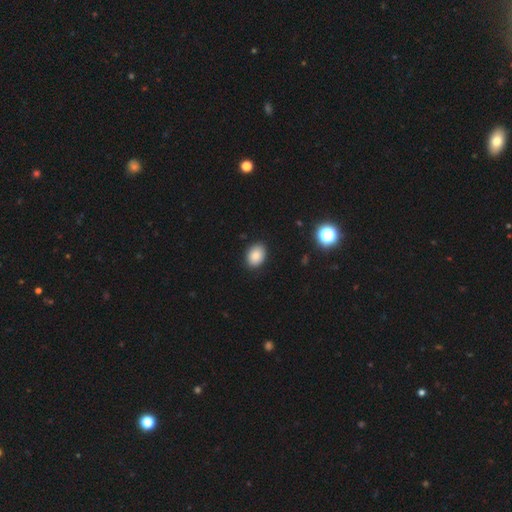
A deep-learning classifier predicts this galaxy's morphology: Smooth or featured?
  - smooth: 86% *
  - star or artifact: 9%
  - featured or disk: 5%
How rounded?
  - in between: 69% *
  - round: 30%
  - cigar-shaped: 1%
Merging?
  - none: 88% *
  - minor disturbance: 9%
  - major disturbance: 2%
  - merger: 1%